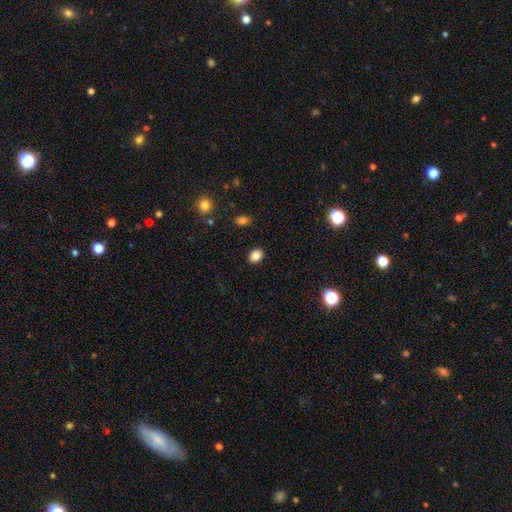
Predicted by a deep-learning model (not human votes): A smooth galaxy with no disk features (85%) that is in between round and cigar-shaped (65%). Merging: none (89%).